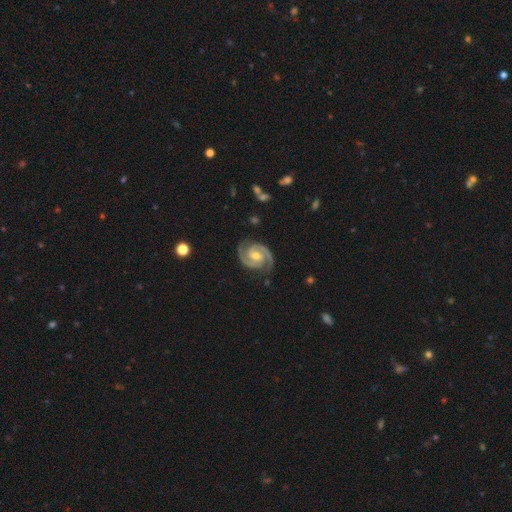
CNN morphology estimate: Smooth or featured: featured or disk — 93% (star or artifact — 4%)
Edge-on disk: no — 98% (yes — 2%)
Bar: weak — 43% (no — 39%)
Spiral arms: yes — 99% (no — 1%)
Spiral winding: tight — 50% (medium — 45%)
Spiral arm count: 2 — 94% (3 — 2%)
Bulge size: moderate — 66% (small — 29%)
Merging: none — 84% (minor disturbance — 12%)